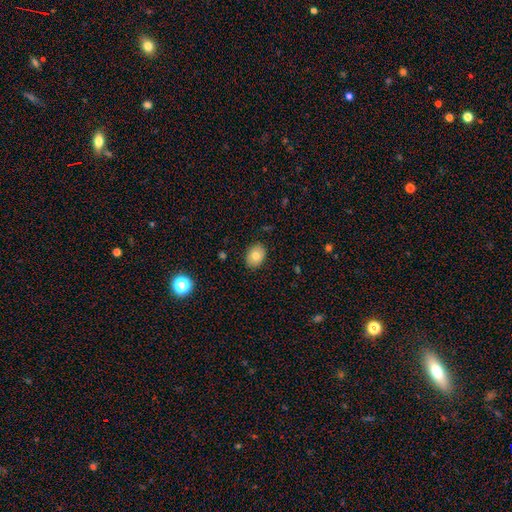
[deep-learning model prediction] This is likely a smooth galaxy (79%). How rounded: likely in between (70%). Merging: clearly none (87%).